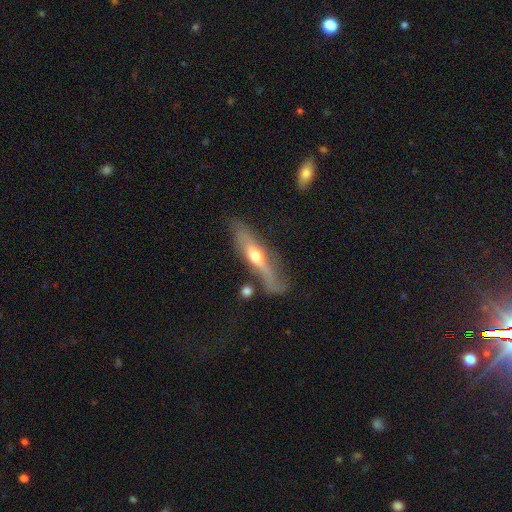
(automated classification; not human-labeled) featured or disk 59%, smooth 35%, star or artifact 6%. Down the decision tree: edge-on disk — yes (77%); merging — none (58%).